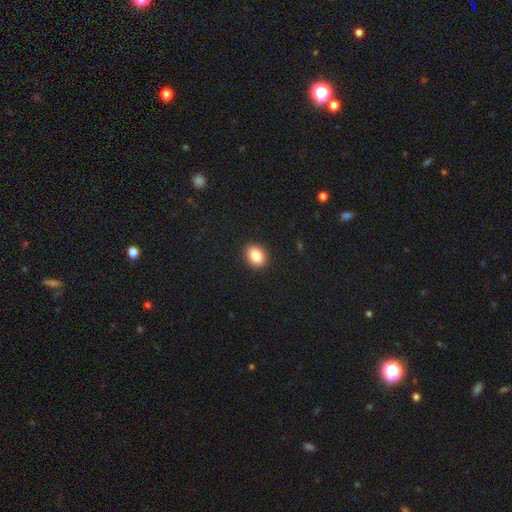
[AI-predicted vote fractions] This appears to be a smooth galaxy with no disk features (86%) that is in between round and cigar-shaped (68%). Merging: none (91%).